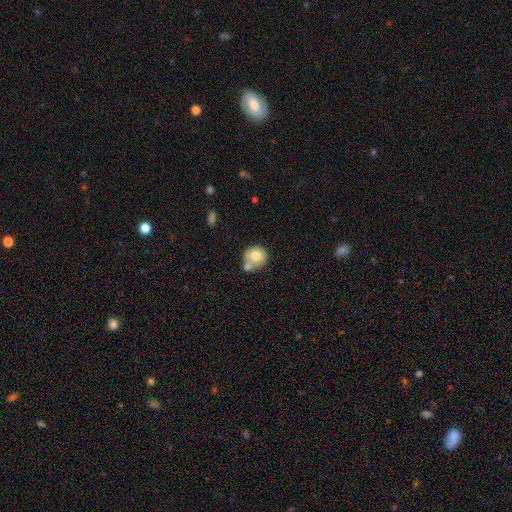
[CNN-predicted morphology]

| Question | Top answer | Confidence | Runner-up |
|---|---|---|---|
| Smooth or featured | smooth | 69% | featured or disk (23%) |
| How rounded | round | 85% | in between (14%) |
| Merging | none | 43% | merger (38%) |